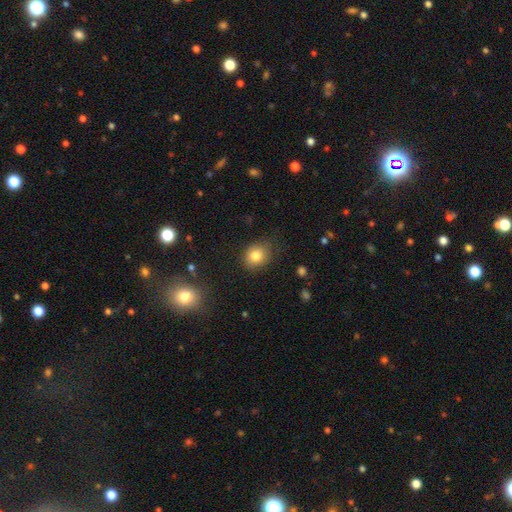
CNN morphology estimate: Q: Smooth or featured?
A: smooth (82%); runner-up: star or artifact (11%)
Q: How rounded?
A: round (67%); runner-up: in between (32%)
Q: Merging?
A: none (81%); runner-up: minor disturbance (14%)